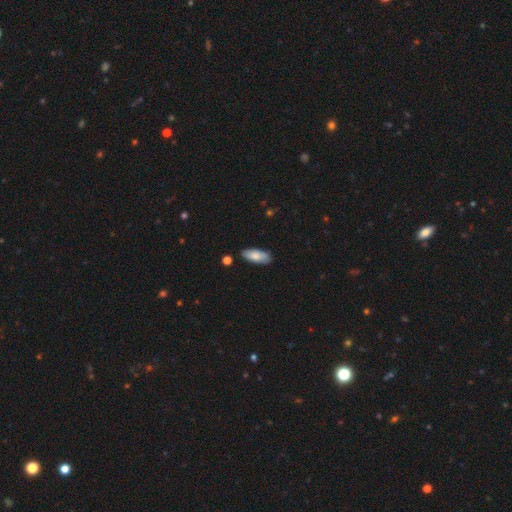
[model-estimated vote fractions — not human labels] This is clearly a smooth galaxy (80%). How rounded: likely in between (80%). Merging: clearly none (83%).